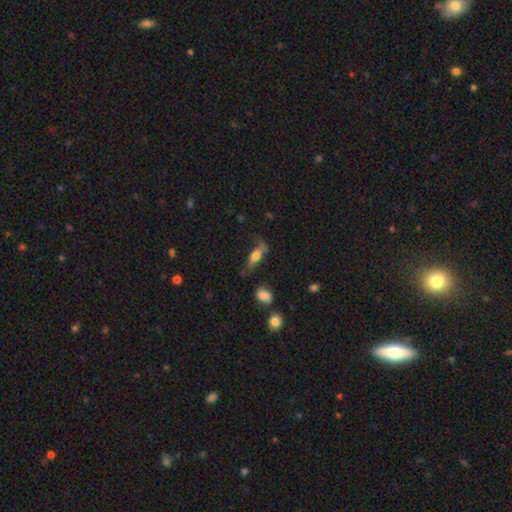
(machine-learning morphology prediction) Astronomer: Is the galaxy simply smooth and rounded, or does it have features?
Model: smooth — 57% (runner-up: featured or disk, 34%).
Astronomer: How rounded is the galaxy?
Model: in between — 66%.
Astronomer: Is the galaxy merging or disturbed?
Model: none — 49% (runner-up: minor disturbance, 26%).